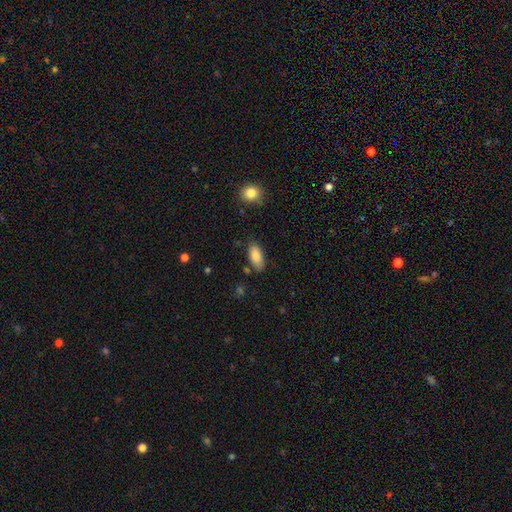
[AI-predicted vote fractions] Overall: smooth (86%). How rounded: in between (89%). Merging: none (79%).